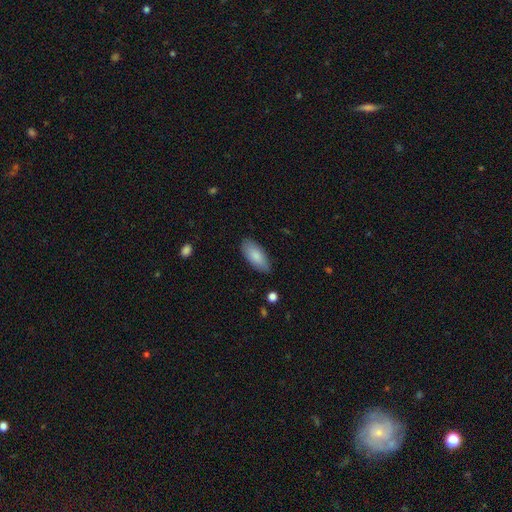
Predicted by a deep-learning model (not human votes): smooth-or-featured: smooth: 85% | featured or disk: 9% | star or artifact: 6%
  how-rounded: in between: 88% | cigar-shaped: 11% | round: 2%
  merging: none: 83% | minor disturbance: 13% | major disturbance: 3% | merger: 1%